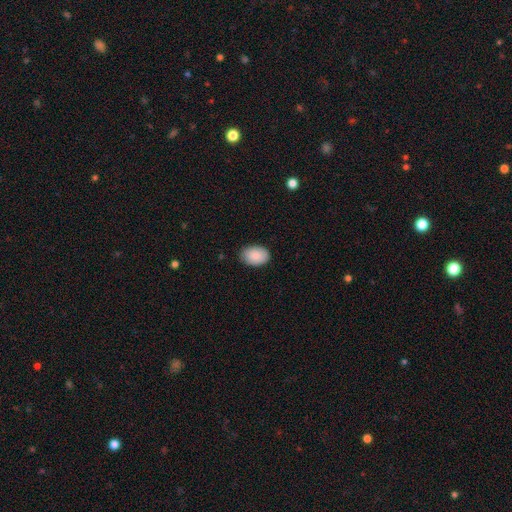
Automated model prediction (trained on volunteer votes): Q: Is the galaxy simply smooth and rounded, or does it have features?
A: smooth — 88%.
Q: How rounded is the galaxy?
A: in between — 86%.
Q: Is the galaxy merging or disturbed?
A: none — 84%.